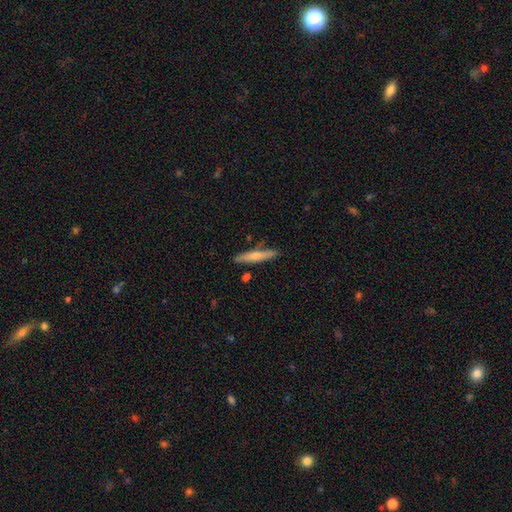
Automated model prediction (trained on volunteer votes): smooth-or-featured: smooth: 59% | featured or disk: 35% | star or artifact: 6%
  how-rounded: cigar-shaped: 90% | in between: 9% | round: 2%
  merging: none: 80% | minor disturbance: 13% | merger: 4% | major disturbance: 2%